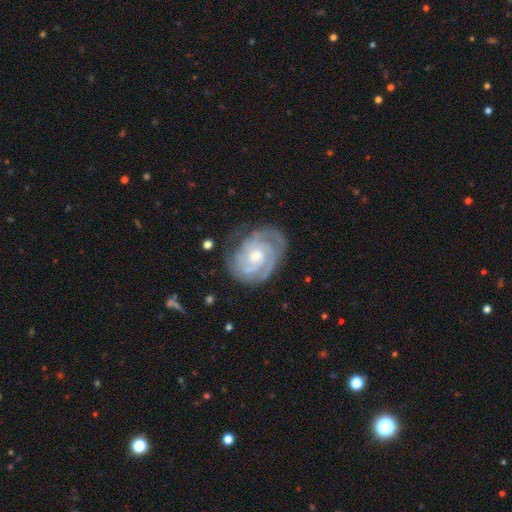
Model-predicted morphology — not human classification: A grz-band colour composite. It shows a featured or disk galaxy (90%) with no bar (65%), 3 (40%) tight (73%) spiral arms (98%) and a moderate central bulge (53%). Merging: none (74%).